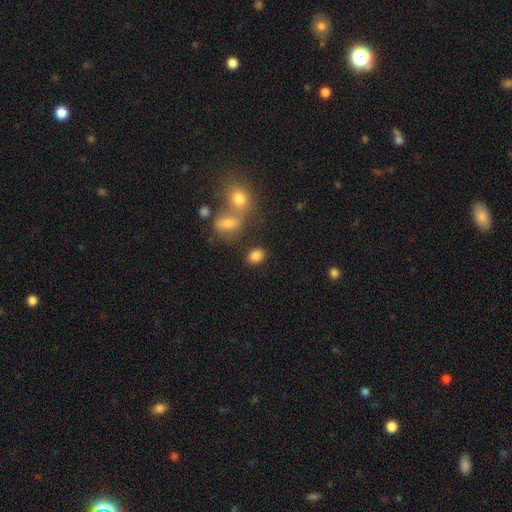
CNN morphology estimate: Overall: smooth (84%). How rounded: in between (67%; round 31%). Merging: none (76%).